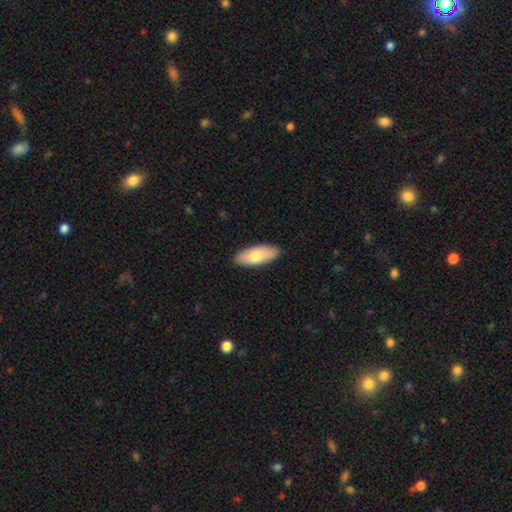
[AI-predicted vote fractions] The model was most divided on "smooth or featured": smooth: 75%, featured or disk: 20%, star or artifact: 5%. More confident: merging — none (89%); how rounded — in between (84%).